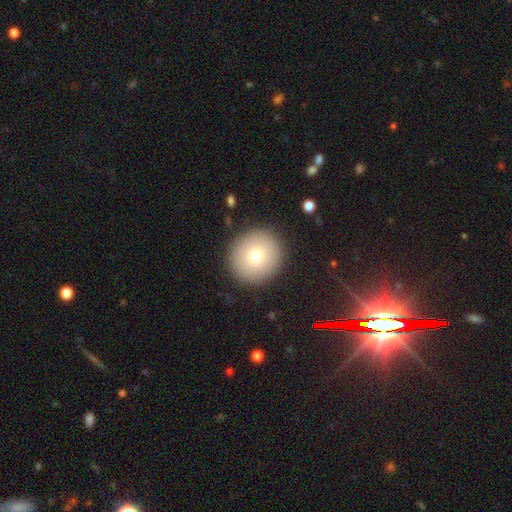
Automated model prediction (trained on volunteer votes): The model was most divided on "smooth or featured": smooth: 77%, featured or disk: 14%, star or artifact: 9%. More confident: how rounded — round (91%); merging — none (90%).